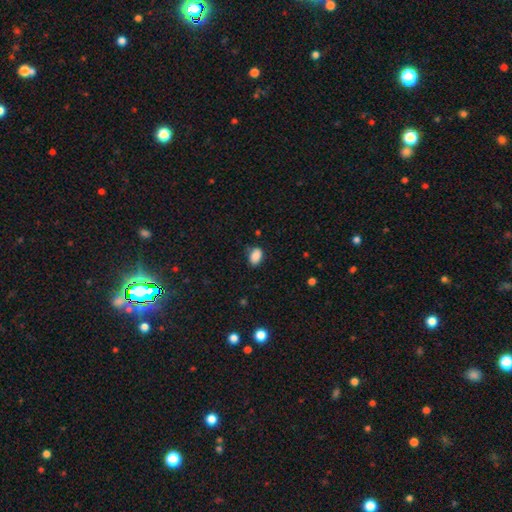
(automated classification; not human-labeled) A smooth galaxy with no disk features (87%) that is in between round and cigar-shaped (86%). Merging: none (76%).